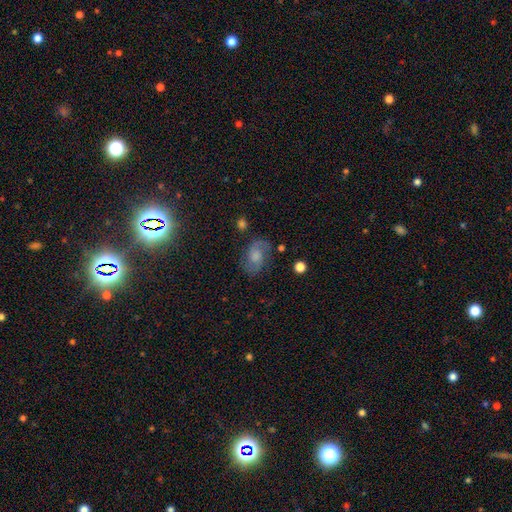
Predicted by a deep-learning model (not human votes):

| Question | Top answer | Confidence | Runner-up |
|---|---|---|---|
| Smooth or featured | featured or disk | 62% | smooth (27%) |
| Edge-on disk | no | 97% | yes (3%) |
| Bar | no | 64% | weak (31%) |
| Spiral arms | yes | 89% | no (11%) |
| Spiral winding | medium | 48% | loose (31%) |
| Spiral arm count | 2 | 85% | can't tell (7%) |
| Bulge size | moderate | 33% | none (23%) |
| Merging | none | 71% | minor disturbance (18%) |